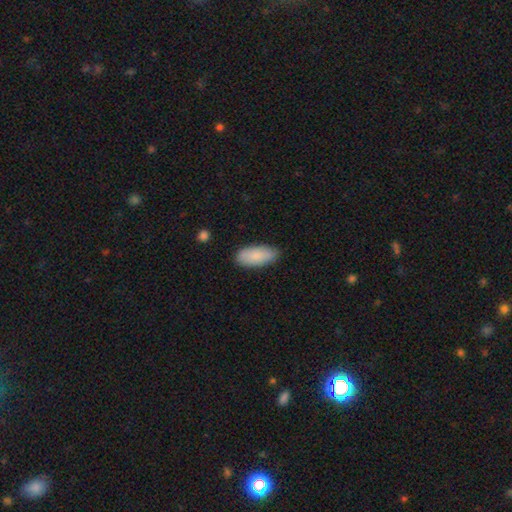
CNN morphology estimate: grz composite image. It shows a smooth galaxy with no disk features (86%) that is in between round and cigar-shaped (89%). Merging: none (84%).